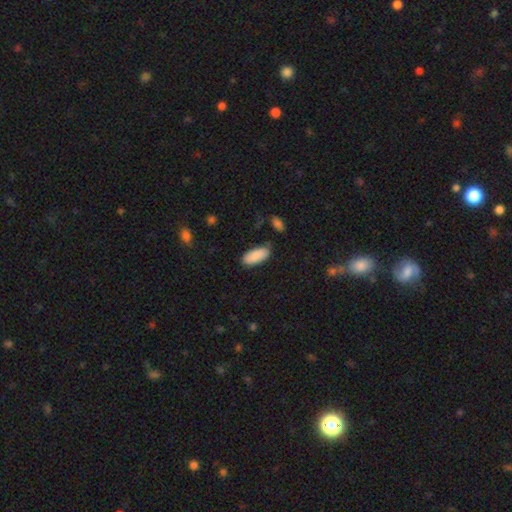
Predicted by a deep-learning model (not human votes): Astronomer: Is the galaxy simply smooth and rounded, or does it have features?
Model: smooth — 89%.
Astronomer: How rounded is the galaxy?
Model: in between — 89%.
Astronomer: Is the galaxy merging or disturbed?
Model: none — 81%.